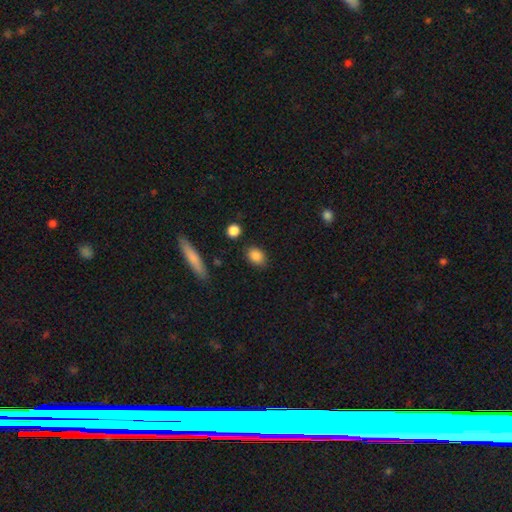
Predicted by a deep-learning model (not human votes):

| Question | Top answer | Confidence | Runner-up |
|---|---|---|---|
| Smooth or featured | smooth | 86% | star or artifact (8%) |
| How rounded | in between | 66% | round (31%) |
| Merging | none | 83% | minor disturbance (11%) |